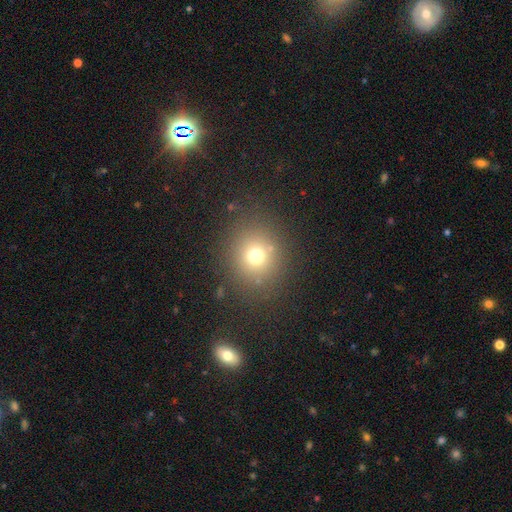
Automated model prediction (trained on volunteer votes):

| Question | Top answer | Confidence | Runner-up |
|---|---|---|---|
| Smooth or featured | smooth | 71% | star or artifact (19%) |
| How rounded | round | 81% | in between (18%) |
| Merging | none | 83% | minor disturbance (9%) |